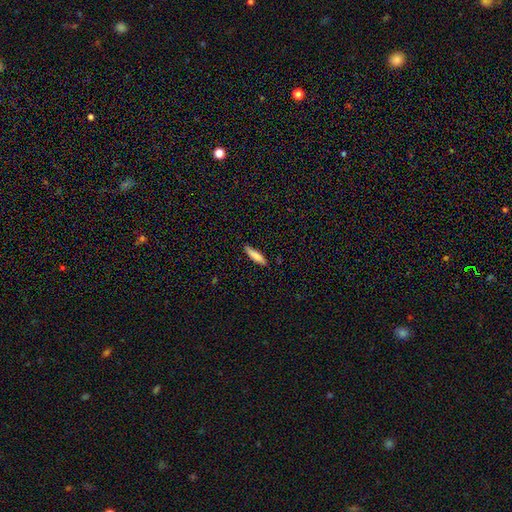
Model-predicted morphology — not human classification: This appears to be a smooth galaxy with no disk features (83%) that is cigar-shaped (74%). Merging: none (86%).